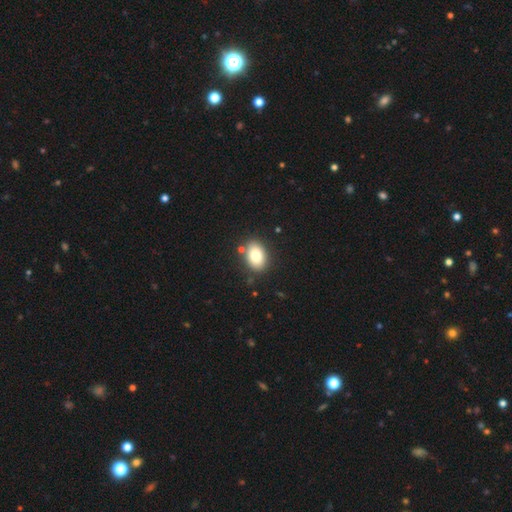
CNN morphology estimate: Smooth or featured: smooth — 81% (featured or disk — 11%)
How rounded: in between — 81% (round — 18%)
Merging: none — 85% (minor disturbance — 9%)